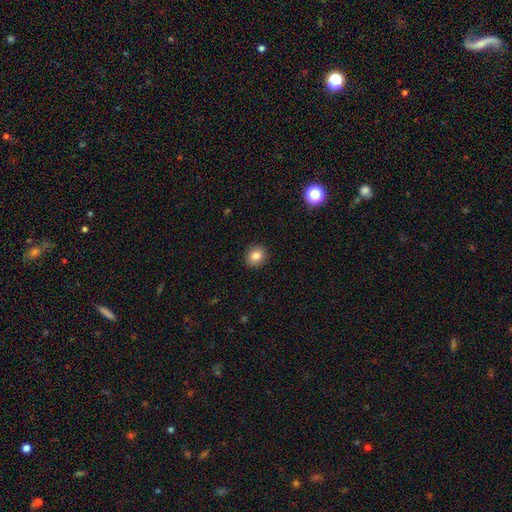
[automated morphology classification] Overall: smooth (83%). How rounded: round (76%). Merging: none (91%).